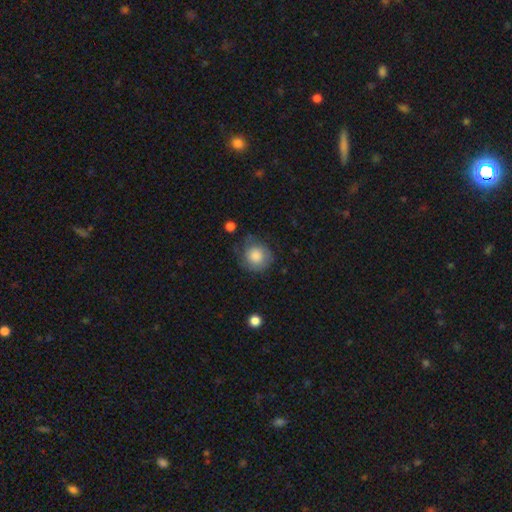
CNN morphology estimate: Overall: smooth (75%). How rounded: round (87%). Merging: none (62%; minor disturbance 25%).